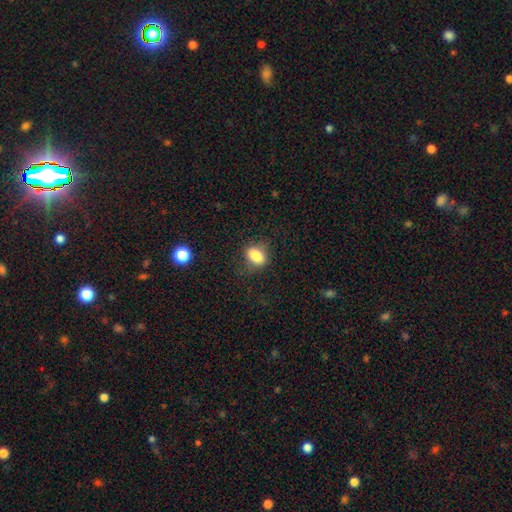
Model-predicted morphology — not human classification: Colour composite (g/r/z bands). It shows a smooth galaxy with no disk features (83%) that is in between round and cigar-shaped (77%). Merging: none (76%).